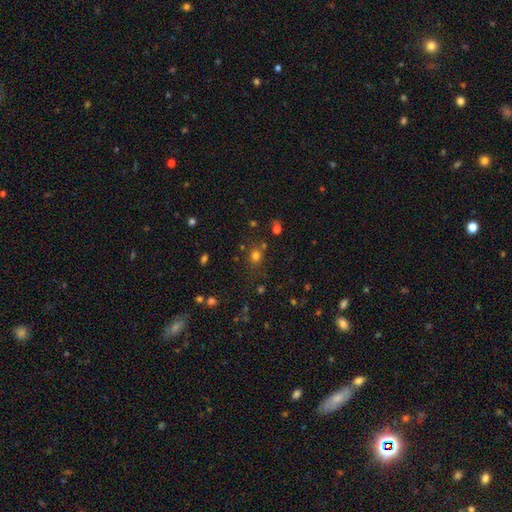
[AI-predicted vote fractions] smooth 71%, star or artifact 22%, featured or disk 7%. Down the decision tree: how rounded — round (81%); merging — none (75%).